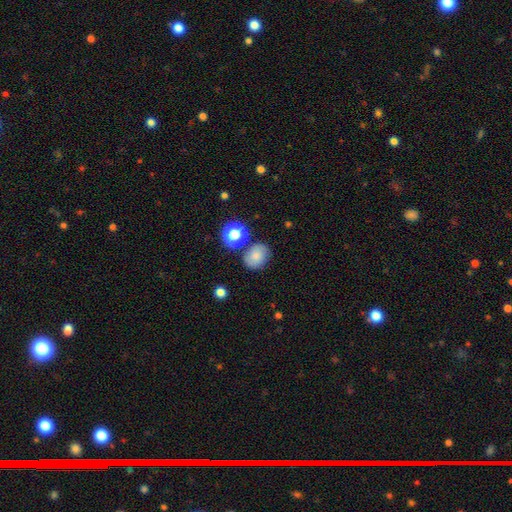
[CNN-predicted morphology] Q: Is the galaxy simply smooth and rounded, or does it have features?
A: smooth — 76%.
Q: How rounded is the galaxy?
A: in between — 53%.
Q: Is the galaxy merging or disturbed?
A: none — 74%.